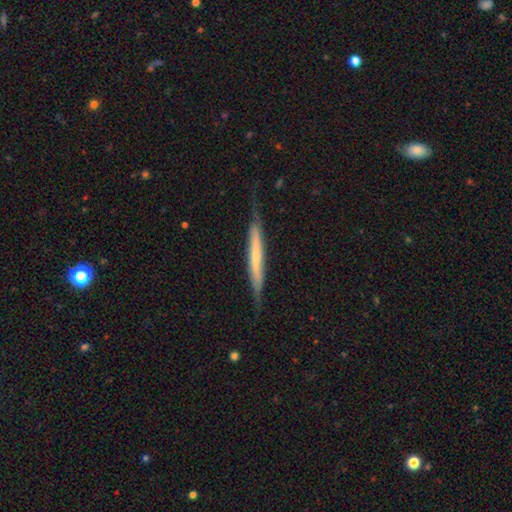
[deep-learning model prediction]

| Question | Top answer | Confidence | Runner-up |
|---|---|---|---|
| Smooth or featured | featured or disk | 55% | smooth (40%) |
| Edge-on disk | yes | 92% | no (8%) |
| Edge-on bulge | none | 72% | rounded (21%) |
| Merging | none | 72% | minor disturbance (22%) |